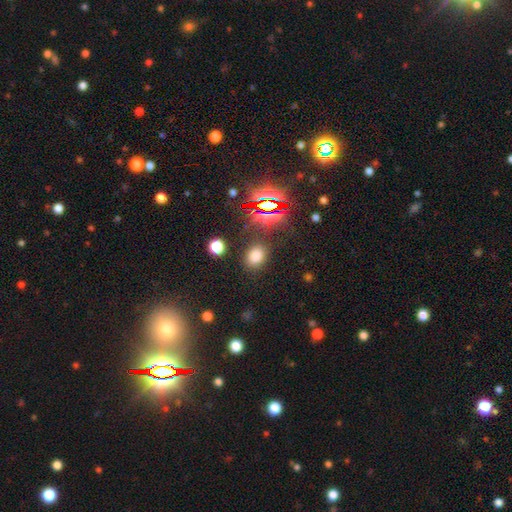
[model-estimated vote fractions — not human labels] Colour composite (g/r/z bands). It shows a smooth galaxy with no disk features (72%) that is in between round and cigar-shaped (59%). Merging: none (82%).